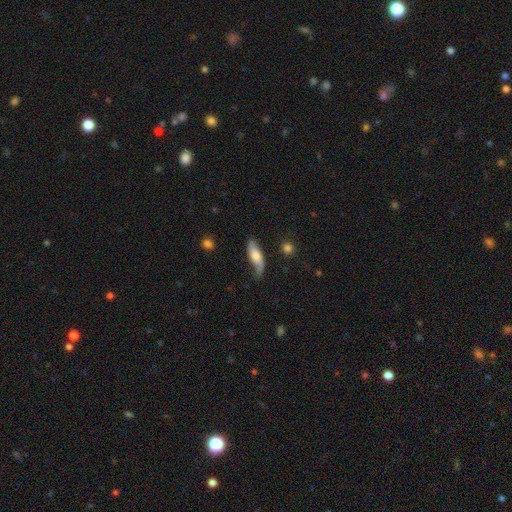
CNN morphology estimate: The model was most divided on "smooth or featured": smooth: 49%, featured or disk: 45%, star or artifact: 7%. More confident: merging — none (55%).